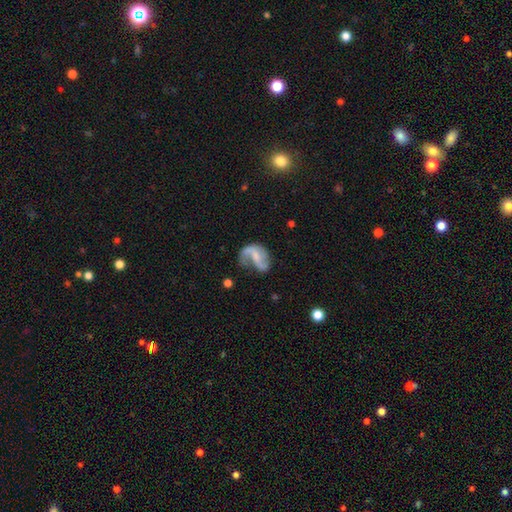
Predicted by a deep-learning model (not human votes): Smooth or featured: featured or disk — 75% (smooth — 18%)
Edge-on disk: no — 98% (yes — 2%)
Bar: weak — 44% (no — 37%)
Spiral arms: yes — 89% (no — 11%)
Spiral winding: loose — 64% (medium — 29%)
Spiral arm count: 2 — 72% (1 — 19%)
Bulge size: small — 44% (none — 29%)
Merging: none — 41% (major disturbance — 31%)